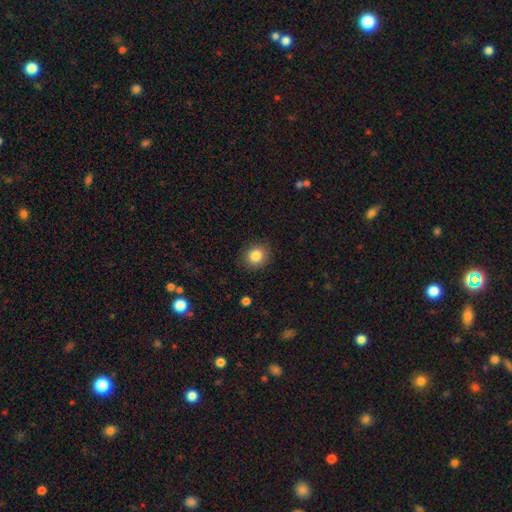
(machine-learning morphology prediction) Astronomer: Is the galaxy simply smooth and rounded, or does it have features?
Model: smooth — 85%.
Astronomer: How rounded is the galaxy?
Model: round — 78%.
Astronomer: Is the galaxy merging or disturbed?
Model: none — 87%.